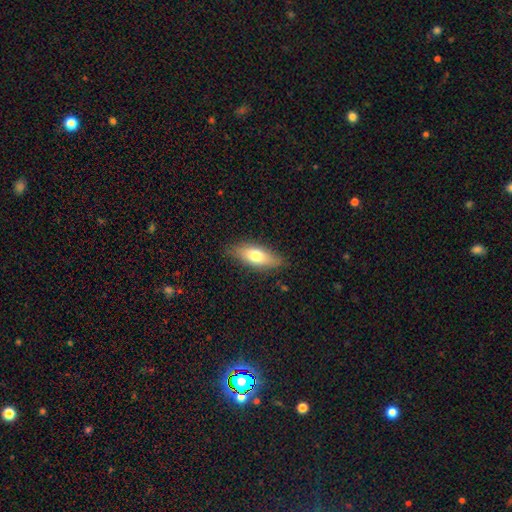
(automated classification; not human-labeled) This is likely a smooth galaxy (70%). How rounded: likely in between (73%). Merging: clearly none (82%).